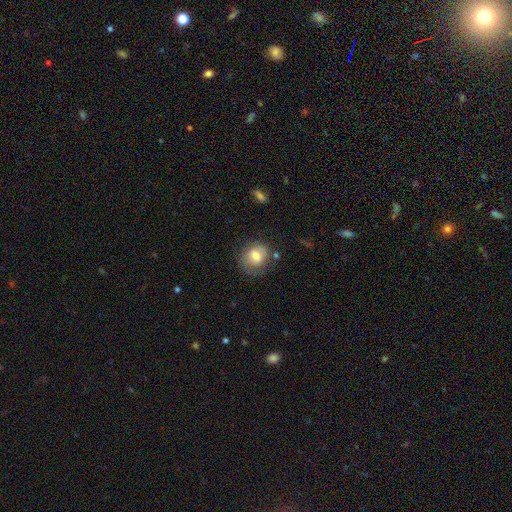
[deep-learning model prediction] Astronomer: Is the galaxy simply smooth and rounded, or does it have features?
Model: smooth — 72%.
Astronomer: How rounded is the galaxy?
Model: round — 58% (runner-up: in between, 41%).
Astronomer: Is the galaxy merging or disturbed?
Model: none — 63%.